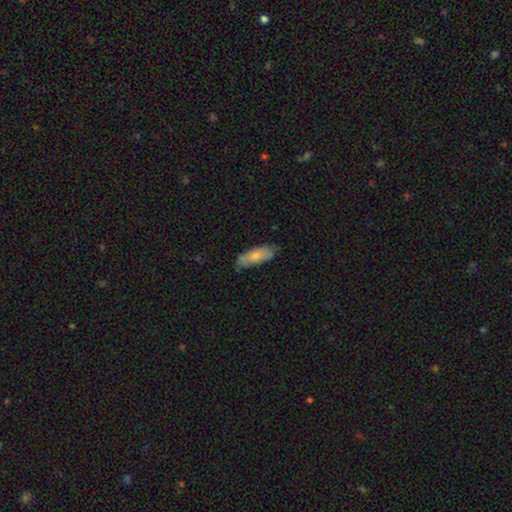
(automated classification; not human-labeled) smooth-or-featured: smooth: 76% | featured or disk: 18% | star or artifact: 6%
  how-rounded: in between: 66% | cigar-shaped: 32% | round: 2%
  merging: none: 71% | minor disturbance: 23% | major disturbance: 4% | merger: 2%